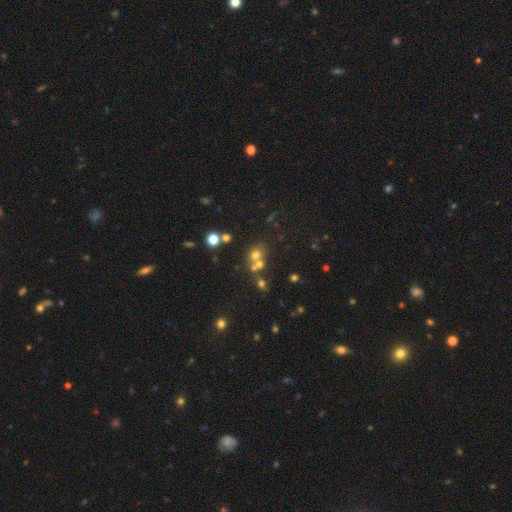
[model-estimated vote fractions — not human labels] Smooth or featured? smooth (54%)
How rounded? round (78%)
Merging? none (48%)